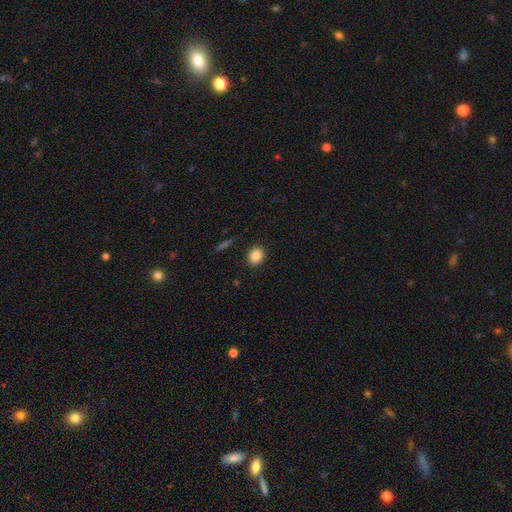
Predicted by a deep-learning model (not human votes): smooth-or-featured: smooth: 86% | star or artifact: 9% | featured or disk: 5%
  how-rounded: round: 58% | in between: 41% | cigar-shaped: 1%
  merging: none: 89% | minor disturbance: 7% | major disturbance: 2% | merger: 1%